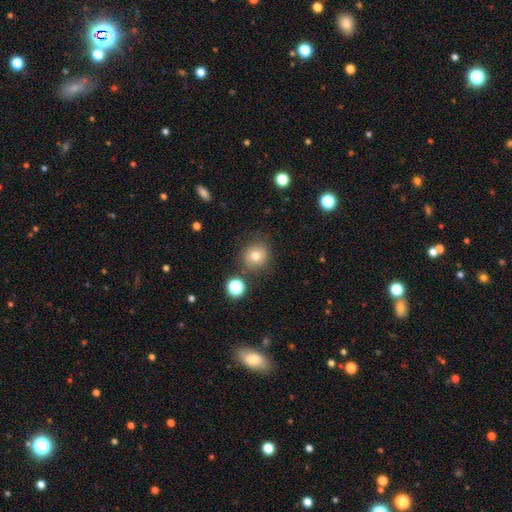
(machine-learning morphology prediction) Smooth or featured: smooth — 75% (star or artifact — 14%)
How rounded: round — 87% (in between — 12%)
Merging: none — 82% (minor disturbance — 11%)